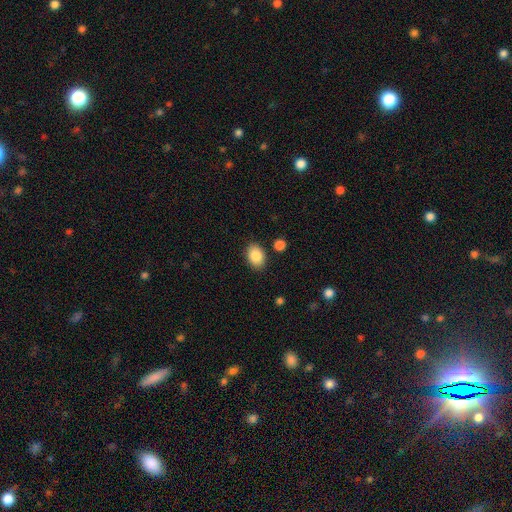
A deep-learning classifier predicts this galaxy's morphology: type=smooth (87%); roundness=in between (77%); merging=none (85%).